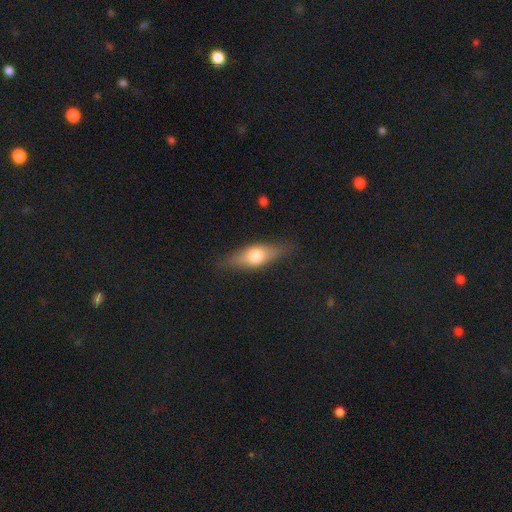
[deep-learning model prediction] Smooth or featured? smooth (58%)
How rounded? in between (62%)
Merging? none (79%)